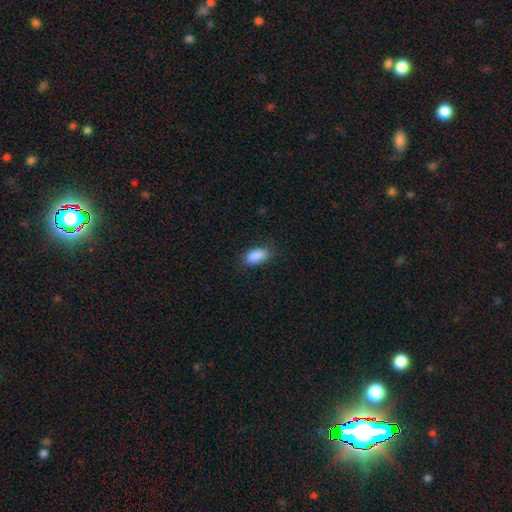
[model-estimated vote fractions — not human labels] This is clearly a smooth galaxy (89%). How rounded: clearly in between (91%). Merging: likely none (77%).